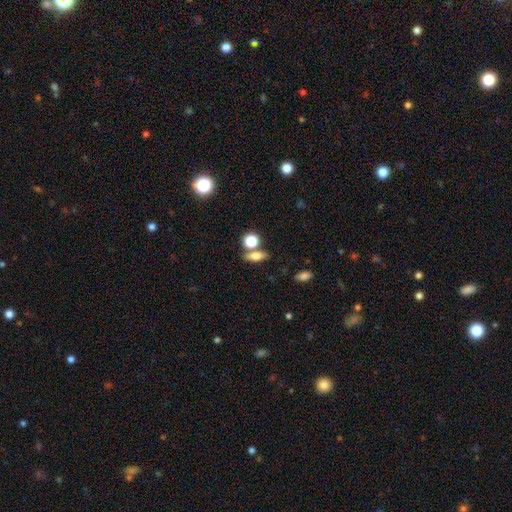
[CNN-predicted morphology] smooth_or_featured: smooth (p=0.65) [alt: featured or disk p=0.23]
how_rounded: in between (p=0.55) [alt: cigar-shaped p=0.23]
merging: none (p=0.66) [alt: merger p=0.20]